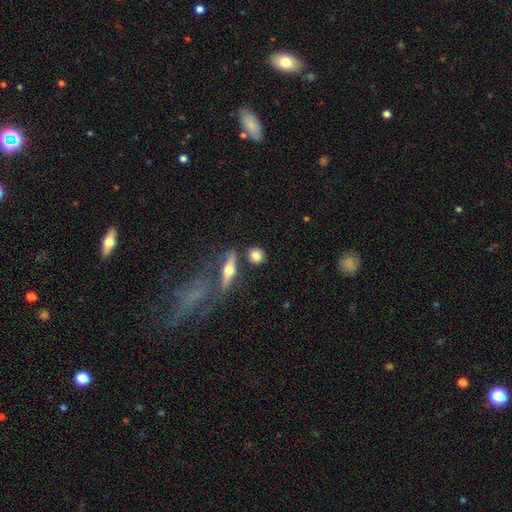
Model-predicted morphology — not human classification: type=smooth (75%); roundness=round (74%); merging=none (78%).